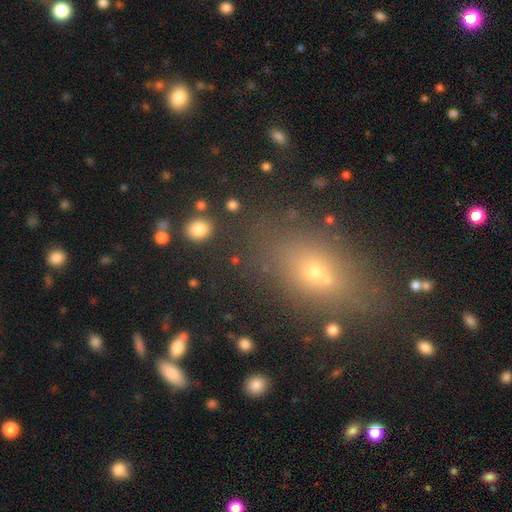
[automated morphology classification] Smooth or featured? Predicted: smooth (p=0.60). How rounded? Predicted: in between (p=0.72). Merging? Predicted: none (p=0.82).